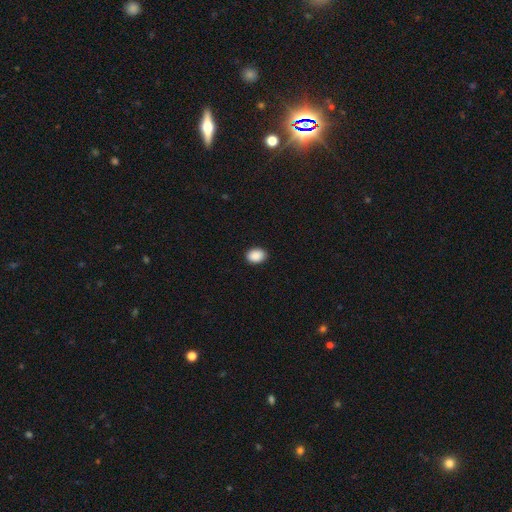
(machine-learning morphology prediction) Smooth or featured?
  - smooth: 90% *
  - star or artifact: 7%
  - featured or disk: 2%
How rounded?
  - in between: 70% *
  - round: 29%
  - cigar-shaped: 1%
Merging?
  - none: 90% *
  - minor disturbance: 7%
  - major disturbance: 2%
  - merger: 1%